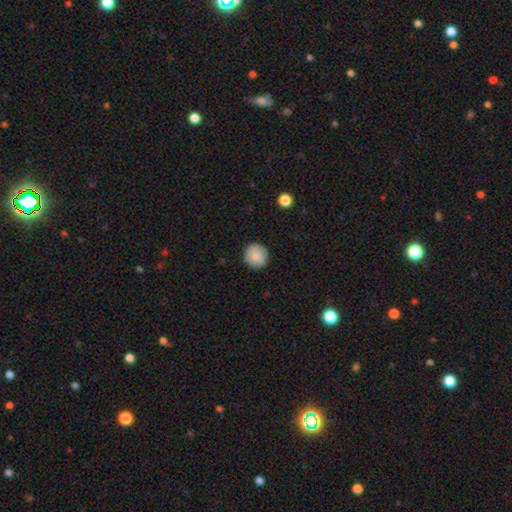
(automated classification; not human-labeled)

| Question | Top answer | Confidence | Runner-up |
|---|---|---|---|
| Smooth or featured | smooth | 86% | star or artifact (7%) |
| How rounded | round | 93% | in between (6%) |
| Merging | none | 90% | minor disturbance (8%) |